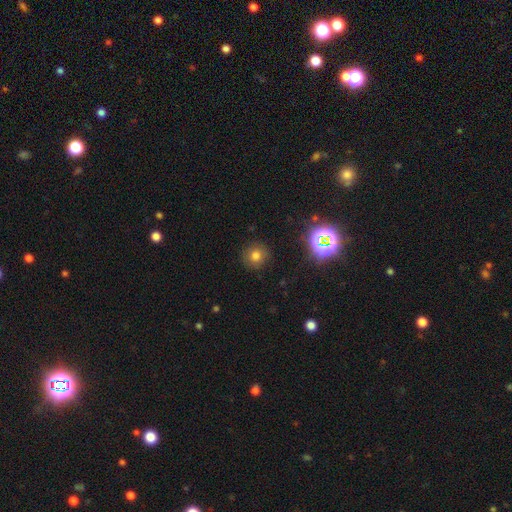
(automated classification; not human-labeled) Smooth or featured: smooth — 71% (star or artifact — 20%)
How rounded: round — 92% (in between — 7%)
Merging: none — 88% (minor disturbance — 8%)